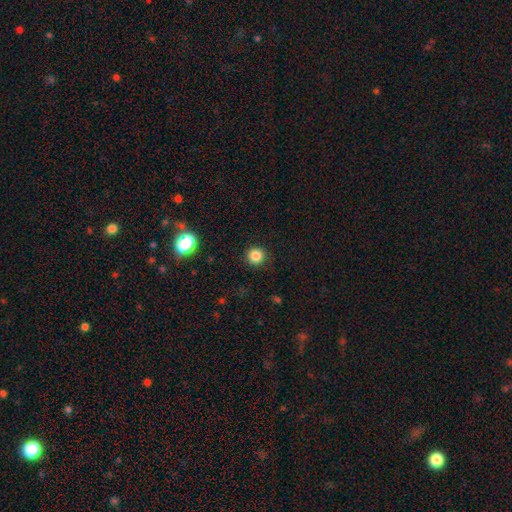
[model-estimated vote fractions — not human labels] Morphology: type=smooth (84%); roundness=round (95%); merging=none (91%).